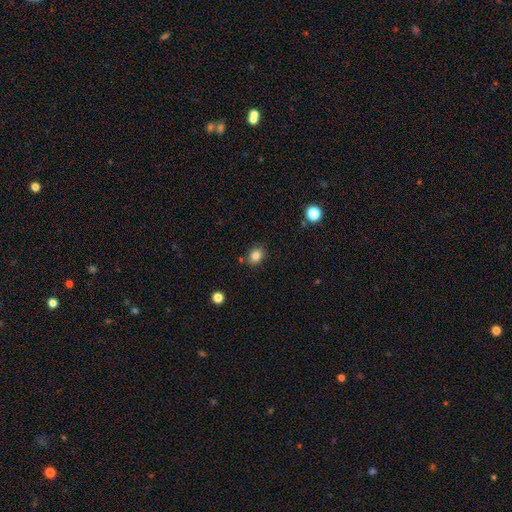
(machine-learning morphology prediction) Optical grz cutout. It shows a smooth galaxy with no disk features (83%) that is in between round and cigar-shaped (58%). Merging: none (81%).